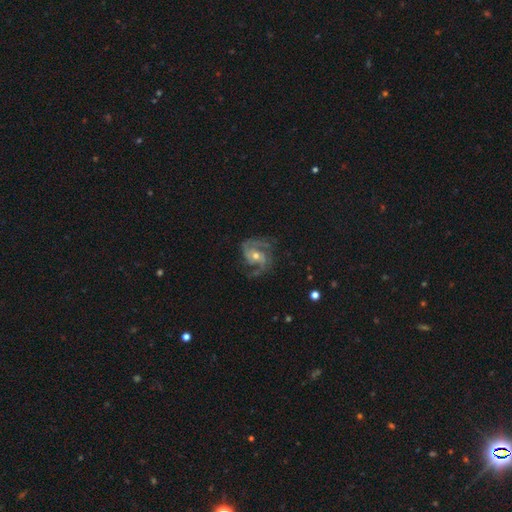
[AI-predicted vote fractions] Smooth or featured?
  - featured or disk: 90% *
  - smooth: 5%
  - star or artifact: 5%
Edge-on disk?
  - no: 98% *
  - yes: 2%
Bar?
  - no: 60% *
  - weak: 31%
  - strong: 9%
Spiral arms?
  - yes: 97% *
  - no: 3%
Spiral winding?
  - medium: 54% *
  - tight: 25%
  - loose: 20%
Spiral arm count?
  - 2: 68% *
  - 3: 17%
  - can't tell: 6%
  - 1: 3%
  - 4: 3%
  - more than 4: 3%
Bulge size?
  - moderate: 59% *
  - small: 37%
  - large: 2%
  - none: 1%
  - dominant: 1%
Merging?
  - none: 68% *
  - minor disturbance: 19%
  - major disturbance: 11%
  - merger: 2%